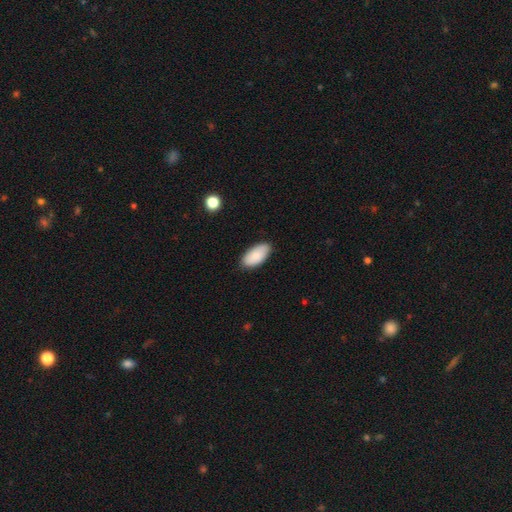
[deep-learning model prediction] smooth-or-featured: smooth: 86% | featured or disk: 8% | star or artifact: 6%
  how-rounded: in between: 95% | cigar-shaped: 3% | round: 2%
  merging: none: 85% | minor disturbance: 12% | major disturbance: 2% | merger: 1%